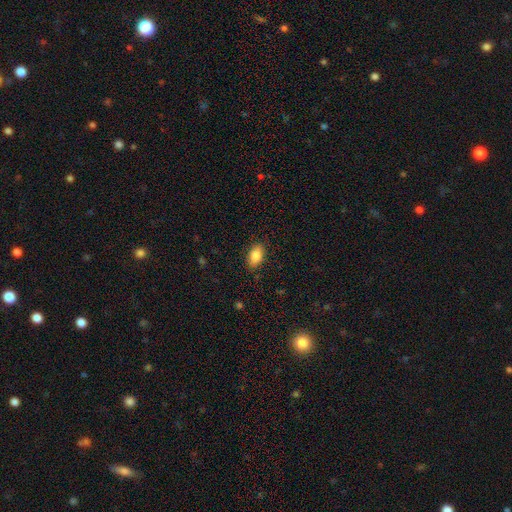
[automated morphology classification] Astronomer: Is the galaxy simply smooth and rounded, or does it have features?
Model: smooth — 84%.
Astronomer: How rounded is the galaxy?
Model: in between — 90%.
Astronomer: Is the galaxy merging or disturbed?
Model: none — 87%.